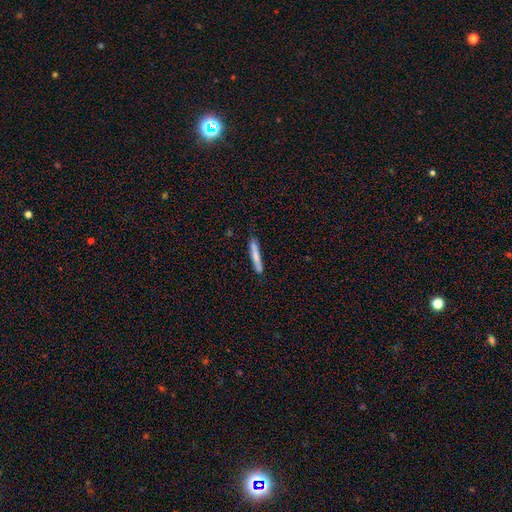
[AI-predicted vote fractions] Smooth or featured?
  - smooth: 74% *
  - featured or disk: 20%
  - star or artifact: 6%
How rounded?
  - cigar-shaped: 94% *
  - in between: 4%
  - round: 1%
Merging?
  - none: 80% *
  - minor disturbance: 15%
  - major disturbance: 3%
  - merger: 2%